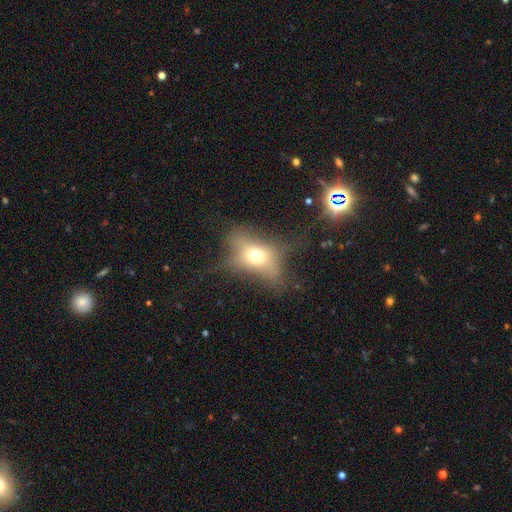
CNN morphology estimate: This appears to be a smooth galaxy with no disk features (58%) that is in between round and cigar-shaped (71%). Merging: none (39%).